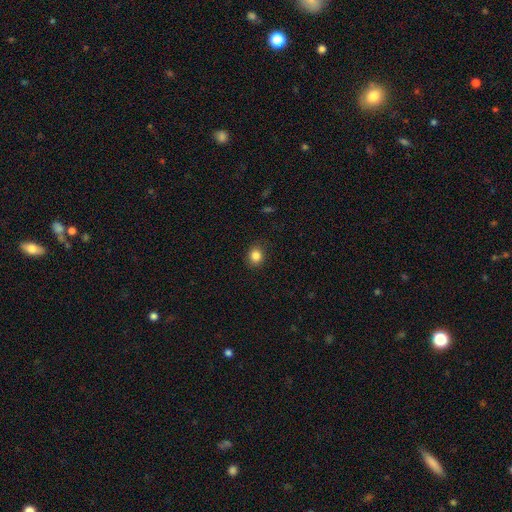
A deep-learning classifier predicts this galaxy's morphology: smooth 85%, star or artifact 11%, featured or disk 4%. Down the decision tree: how rounded — round (72%); merging — none (87%).